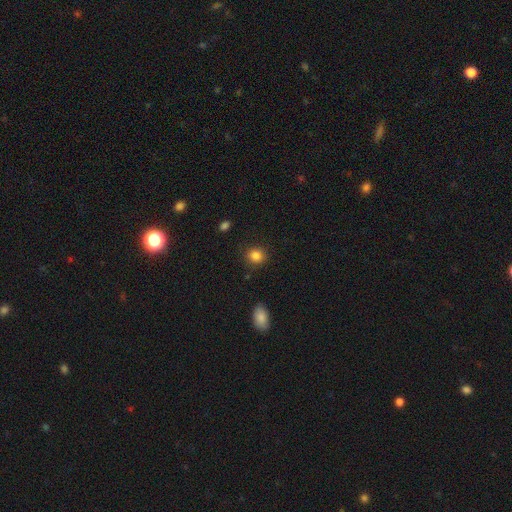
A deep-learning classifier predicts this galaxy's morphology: Overall: smooth (86%). How rounded: round (78%). Merging: none (87%).